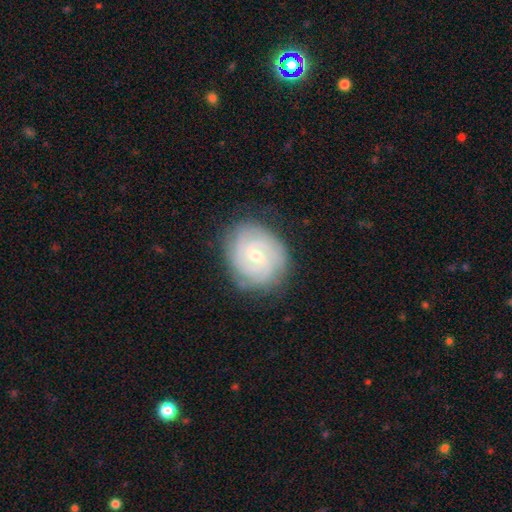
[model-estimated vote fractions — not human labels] smooth-or-featured: featured or disk: 83% | smooth: 11% | star or artifact: 6%
  disk-edge-on: no: 97% | yes: 3%
    bar: weak: 48% | no: 43% | strong: 9%
    has-spiral-arms: yes: 97% | no: 3%
      spiral-winding: tight: 76% | medium: 21% | loose: 3%
      spiral-arm-count: 3: 28% | 2: 24% | can't tell: 24% | 4: 14% | more than 4: 5% | 1: 5%
    bulge-size: small: 56% | moderate: 41% | large: 1% | none: 1% | dominant: 1%
  merging: none: 83% | minor disturbance: 13% | major disturbance: 3% | merger: 1%